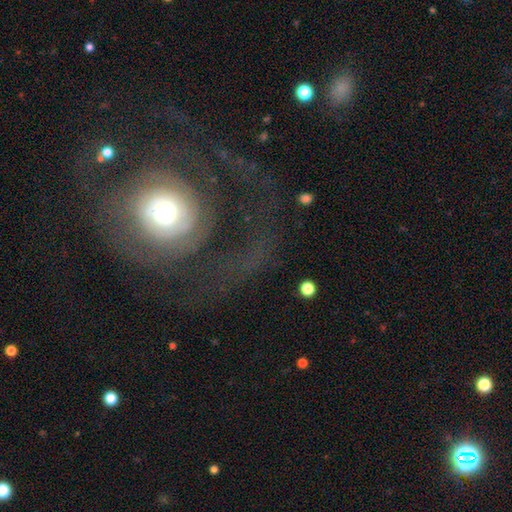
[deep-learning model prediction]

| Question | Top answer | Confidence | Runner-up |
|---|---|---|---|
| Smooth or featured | featured or disk | 52% | smooth (35%) |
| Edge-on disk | no | 95% | yes (5%) |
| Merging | none | 47% | major disturbance (37%) |